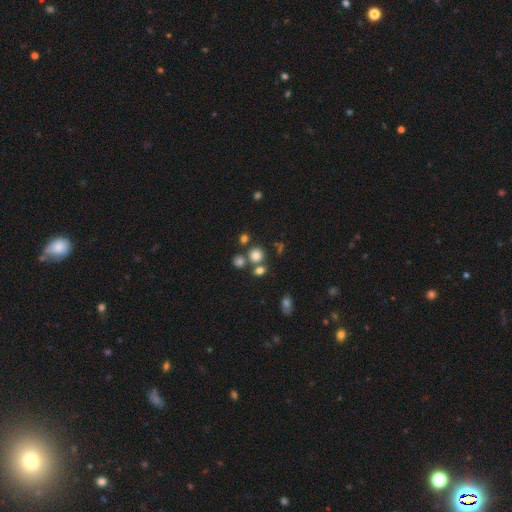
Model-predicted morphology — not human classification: This appears to be a smooth galaxy with no disk features (77%) that is round (87%). Merging: none (67%).